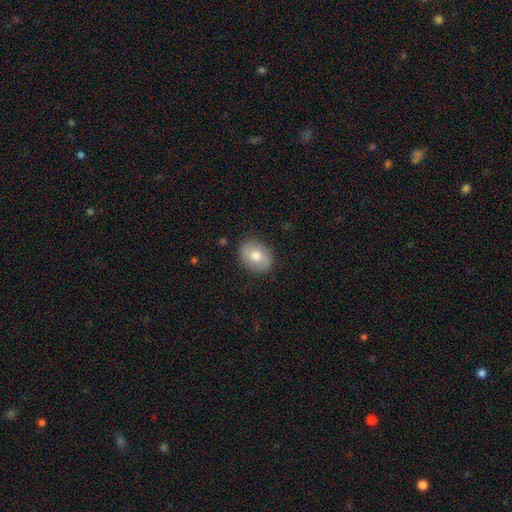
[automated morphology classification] type=smooth (71%); roundness=in between (51%); merging=none (87%).